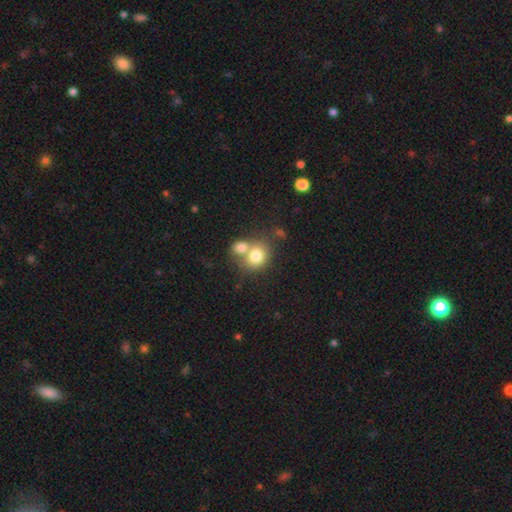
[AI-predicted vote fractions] The model was most divided on "merging": merger: 53%, none: 35%, minor disturbance: 8%, major disturbance: 4%. More confident: smooth or featured — smooth (77%); how rounded — round (67%).